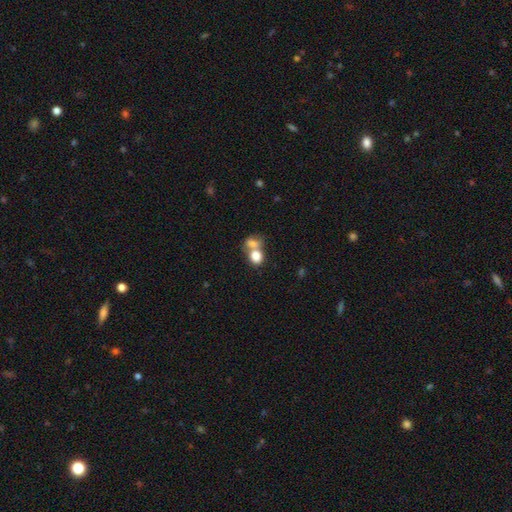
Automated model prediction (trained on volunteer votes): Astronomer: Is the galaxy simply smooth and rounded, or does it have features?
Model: smooth — 78%.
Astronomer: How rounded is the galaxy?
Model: round — 53% (runner-up: in between, 46%).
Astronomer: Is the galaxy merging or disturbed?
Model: merger — 60%.